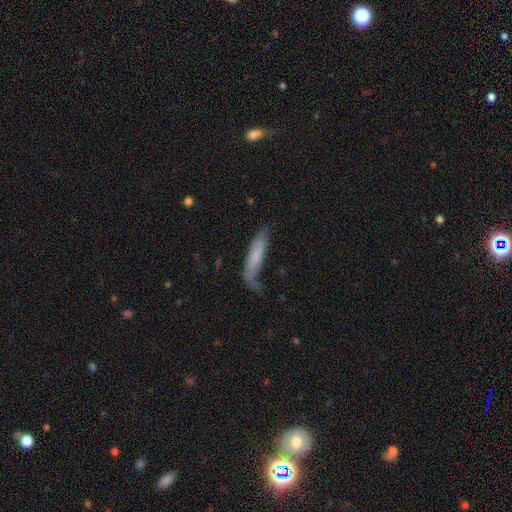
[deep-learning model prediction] This appears to be a smooth galaxy with no disk features (64%) that is cigar-shaped (79%). Merging: none (41%).